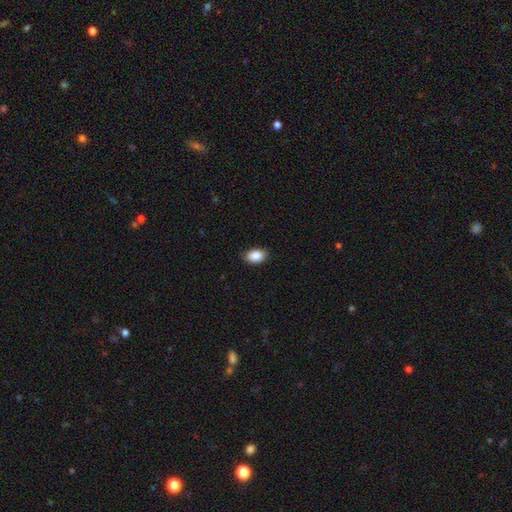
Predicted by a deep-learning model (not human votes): Smooth or featured? Predicted: smooth (p=0.88). How rounded? Predicted: in between (p=0.87). Merging? Predicted: none (p=0.86).